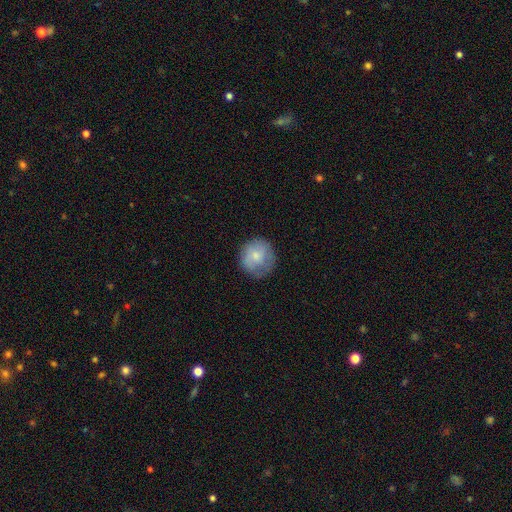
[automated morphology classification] Smooth or featured: smooth — 71% (featured or disk — 22%)
How rounded: round — 90% (in between — 9%)
Merging: none — 72% (minor disturbance — 20%)